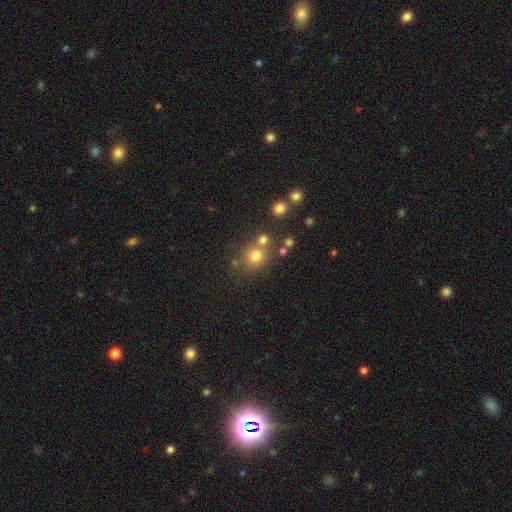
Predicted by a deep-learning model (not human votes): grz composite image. It shows a smooth galaxy with no disk features (73%) that is round (84%). Merging: none (66%).